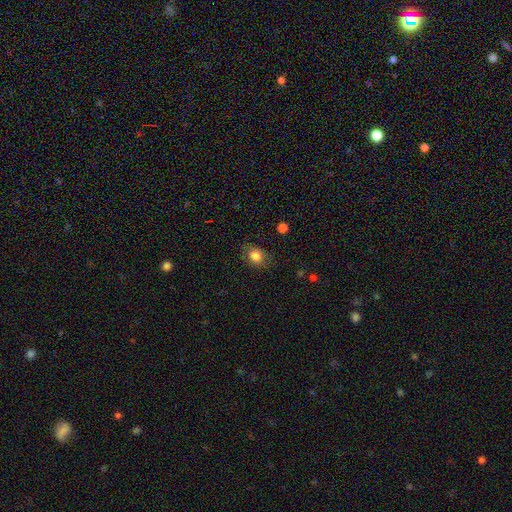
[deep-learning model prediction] Morphology: type=smooth (82%); roundness=in between (50%); merging=none (79%).